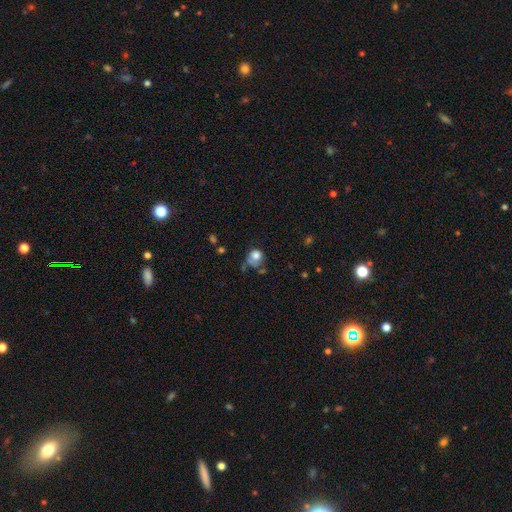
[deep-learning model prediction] This is likely a smooth galaxy (75%). How rounded: likely round (76%). Merging: marginally none (41%).